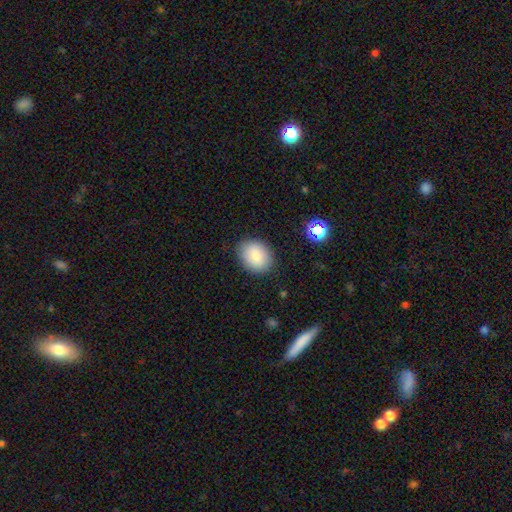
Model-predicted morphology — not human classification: smooth 85%, star or artifact 8%, featured or disk 7%. Down the decision tree: how rounded — in between (60%); merging — none (85%).